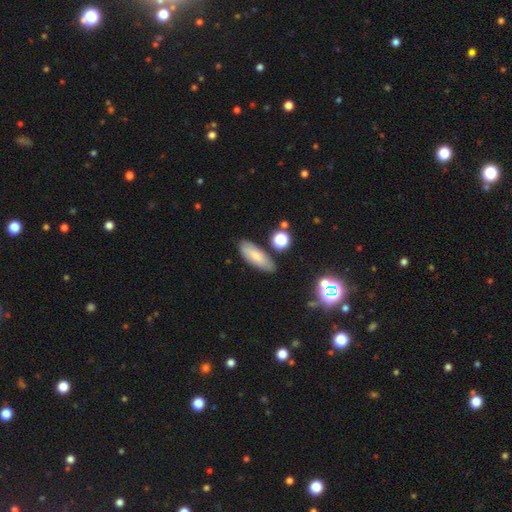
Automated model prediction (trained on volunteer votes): This appears to be a smooth galaxy with no disk features (76%) that is in between round and cigar-shaped (66%). Merging: none (81%).